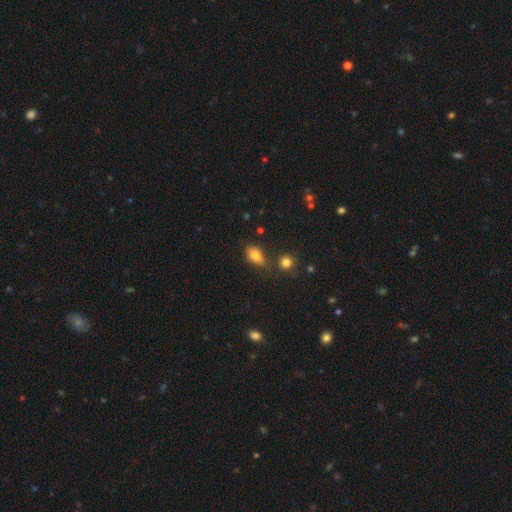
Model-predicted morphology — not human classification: Smooth or featured? Predicted: smooth (p=0.80). How rounded? Predicted: in between (p=0.81). Merging? Predicted: none (p=0.59).